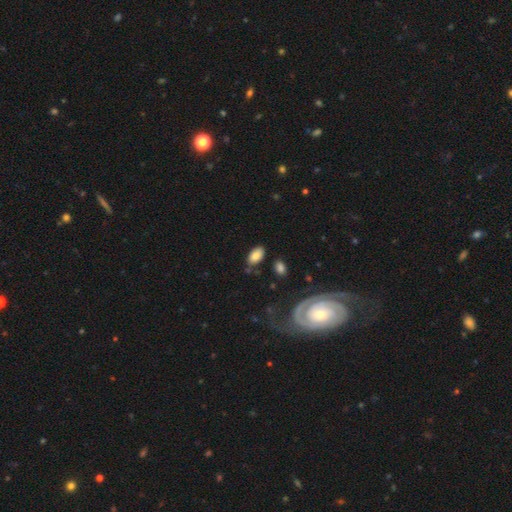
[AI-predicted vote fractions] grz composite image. It shows a smooth galaxy with no disk features (81%) that is in between round and cigar-shaped (94%). Merging: none (74%).